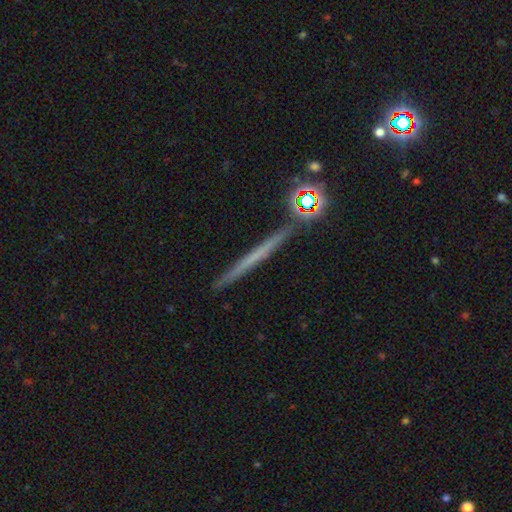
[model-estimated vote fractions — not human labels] Q: Smooth or featured?
A: featured or disk (46%); runner-up: smooth (41%)
Q: Merging?
A: none (87%); runner-up: minor disturbance (8%)